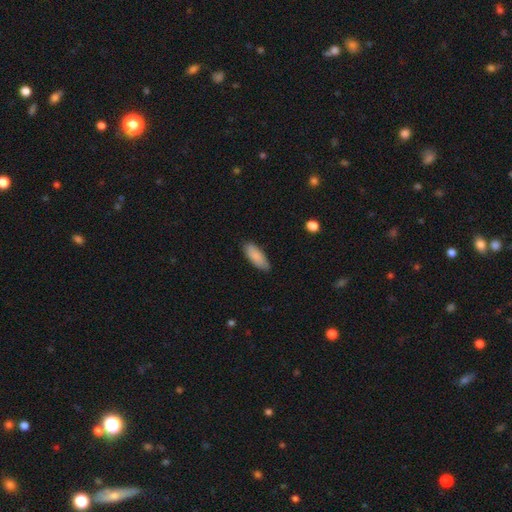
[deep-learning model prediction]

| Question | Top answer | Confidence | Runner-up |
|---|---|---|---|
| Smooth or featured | smooth | 88% | featured or disk (6%) |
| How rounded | in between | 71% | cigar-shaped (27%) |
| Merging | none | 84% | minor disturbance (13%) |